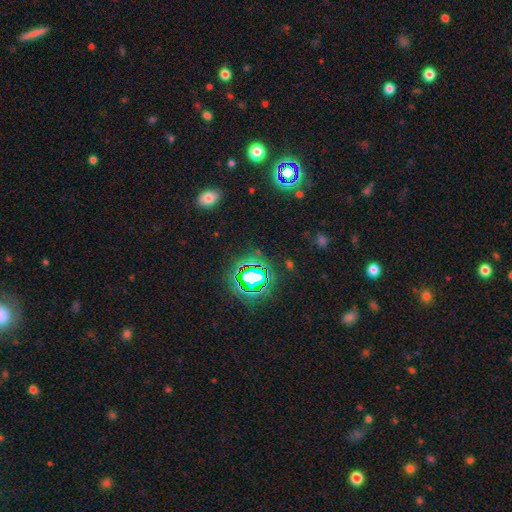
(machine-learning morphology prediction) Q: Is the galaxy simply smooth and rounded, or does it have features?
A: star or artifact — 77%.